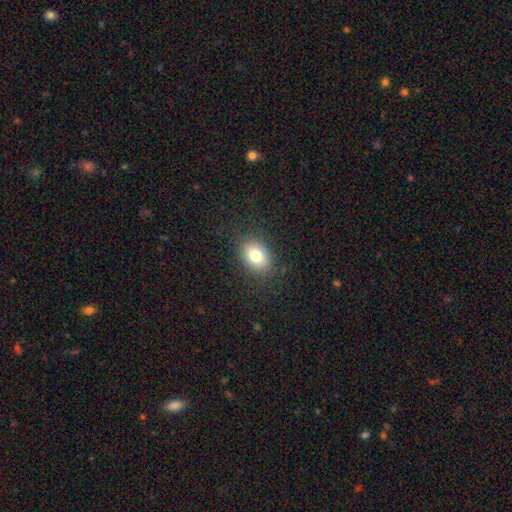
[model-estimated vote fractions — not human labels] This appears to be a smooth galaxy with no disk features (79%) that is in between round and cigar-shaped (74%). Merging: none (85%).